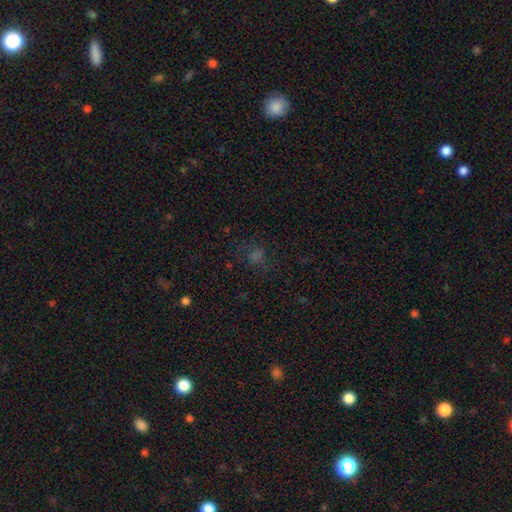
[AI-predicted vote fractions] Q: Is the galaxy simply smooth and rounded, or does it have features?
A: smooth — 48%.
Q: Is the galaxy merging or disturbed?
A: none — 74%.